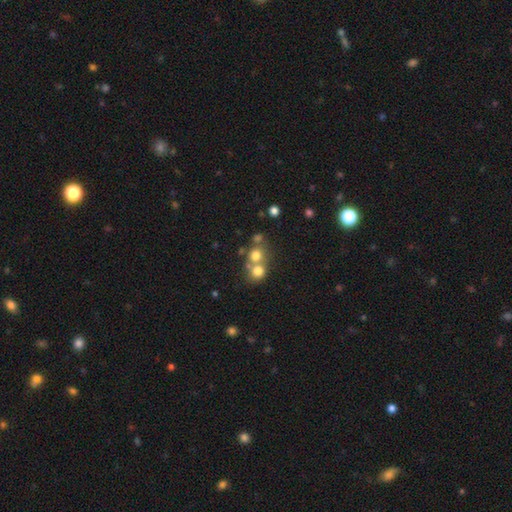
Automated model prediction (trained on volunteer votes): Morphology: type=smooth (71%); roundness=round (83%); merging=merger (51%).